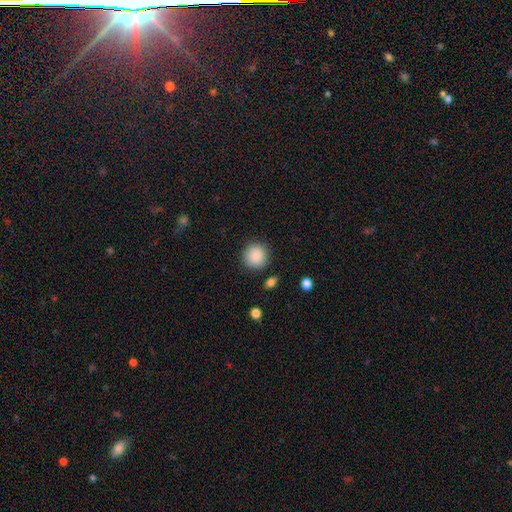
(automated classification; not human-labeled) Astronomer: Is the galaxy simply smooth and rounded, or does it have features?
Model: smooth — 88%.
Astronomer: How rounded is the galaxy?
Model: round — 93%.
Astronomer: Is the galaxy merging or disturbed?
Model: none — 88%.